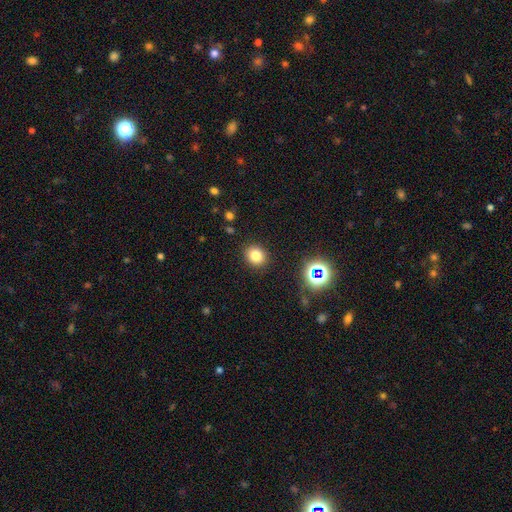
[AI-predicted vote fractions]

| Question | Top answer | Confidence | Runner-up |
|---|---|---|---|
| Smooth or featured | smooth | 79% | star or artifact (15%) |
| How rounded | round | 78% | in between (21%) |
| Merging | none | 89% | minor disturbance (7%) |